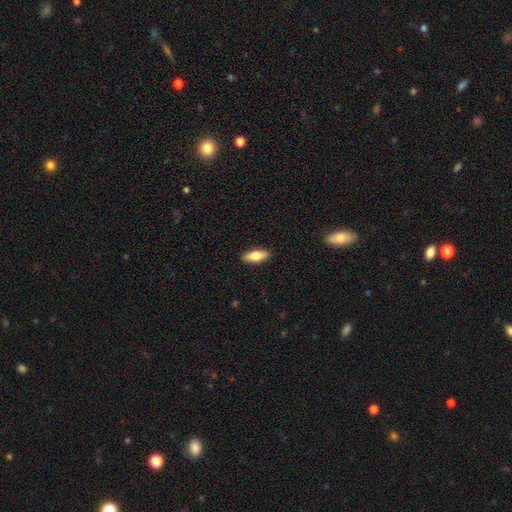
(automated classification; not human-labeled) Q: Smooth or featured?
A: smooth (75%); runner-up: featured or disk (19%)
Q: How rounded?
A: in between (74%); runner-up: cigar-shaped (24%)
Q: Merging?
A: none (90%); runner-up: minor disturbance (8%)